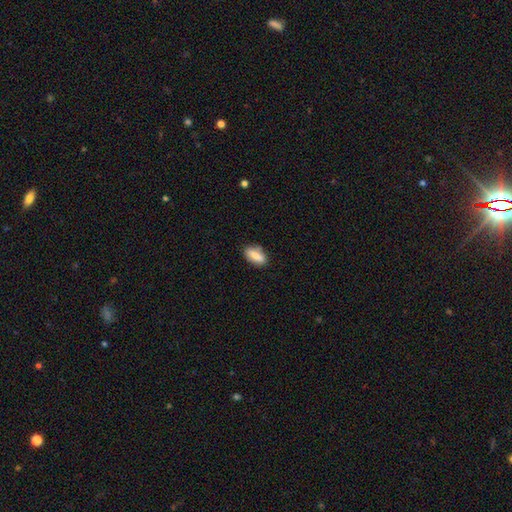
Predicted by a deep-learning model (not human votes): Smooth or featured?
  - smooth: 79% *
  - featured or disk: 13%
  - star or artifact: 7%
How rounded?
  - in between: 77% *
  - cigar-shaped: 18%
  - round: 5%
Merging?
  - none: 79% *
  - minor disturbance: 15%
  - major disturbance: 3%
  - merger: 3%